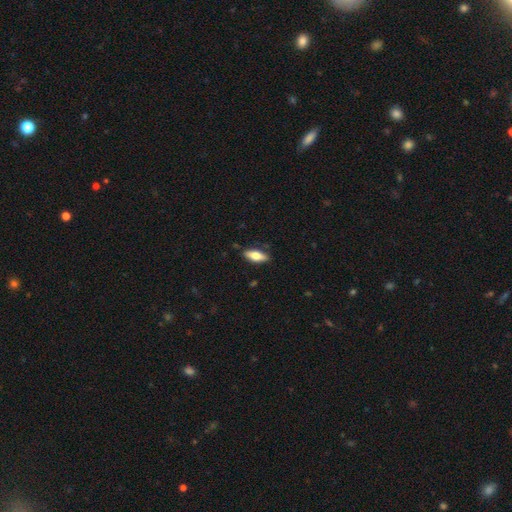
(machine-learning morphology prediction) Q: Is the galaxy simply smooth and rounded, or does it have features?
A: smooth — 66%.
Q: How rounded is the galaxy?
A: in between — 73%.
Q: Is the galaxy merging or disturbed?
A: none — 85%.